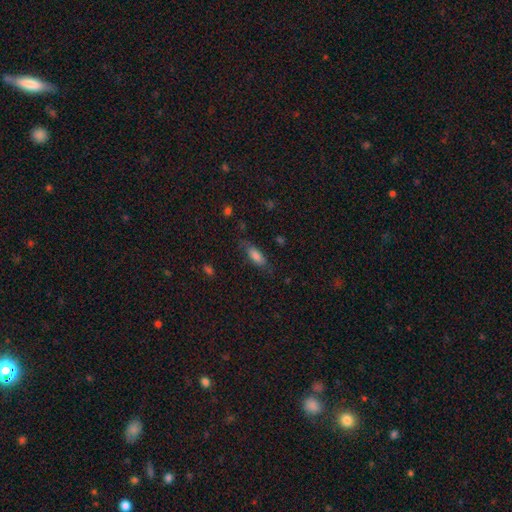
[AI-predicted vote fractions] smooth-or-featured: smooth: 77% | featured or disk: 15% | star or artifact: 8%
  how-rounded: in between: 68% | cigar-shaped: 30% | round: 2%
  merging: none: 69% | minor disturbance: 22% | major disturbance: 7% | merger: 2%